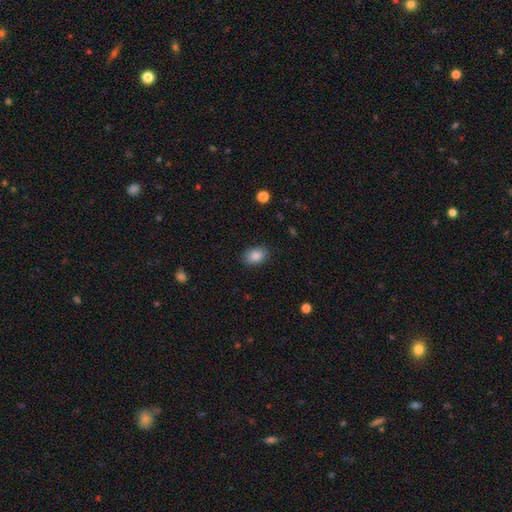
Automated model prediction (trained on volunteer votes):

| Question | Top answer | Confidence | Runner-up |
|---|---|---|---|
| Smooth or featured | smooth | 86% | star or artifact (8%) |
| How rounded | in between | 84% | round (15%) |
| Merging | none | 87% | minor disturbance (10%) |